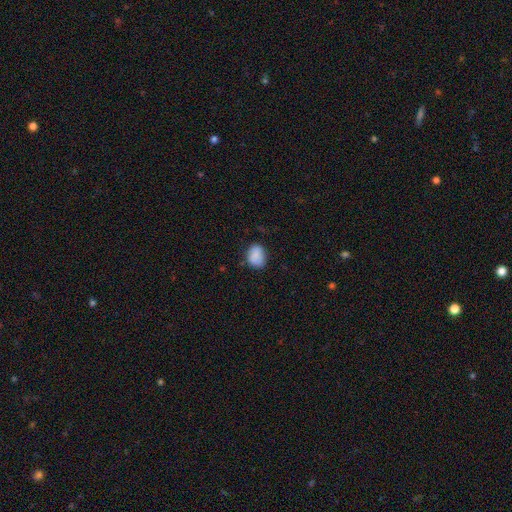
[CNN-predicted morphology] smooth_or_featured: smooth (p=0.86) [alt: star or artifact p=0.08]
how_rounded: in between (p=0.58) [alt: round p=0.41]
merging: none (p=0.74) [alt: minor disturbance p=0.20]